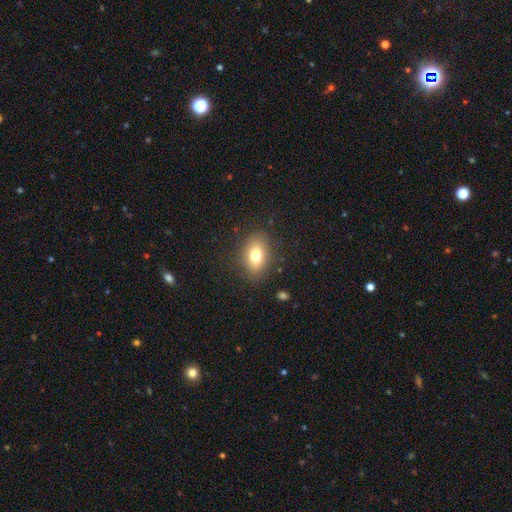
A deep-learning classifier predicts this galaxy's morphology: smooth 75%, featured or disk 15%, star or artifact 10%. Down the decision tree: how rounded — in between (81%); merging — none (85%).